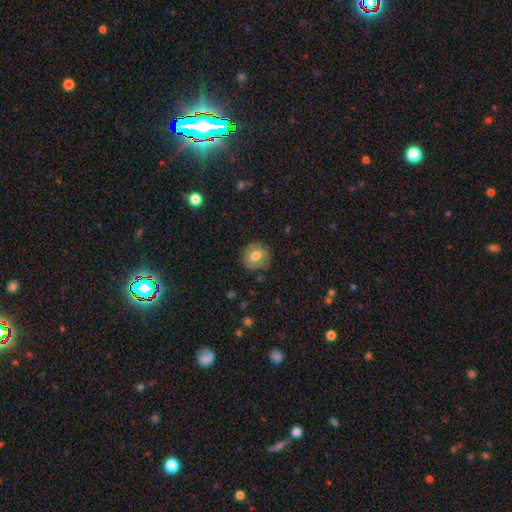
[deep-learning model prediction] A smooth galaxy with no disk features (64%) that is round (77%).

Vote fractions:
- Smooth or featured? smooth: 64% / featured or disk: 28% / star or artifact: 8%
- How rounded? round: 77% / in between: 22% / cigar-shaped: 1%
- Merging? none: 78% / minor disturbance: 16% / major disturbance: 5% / merger: 1%